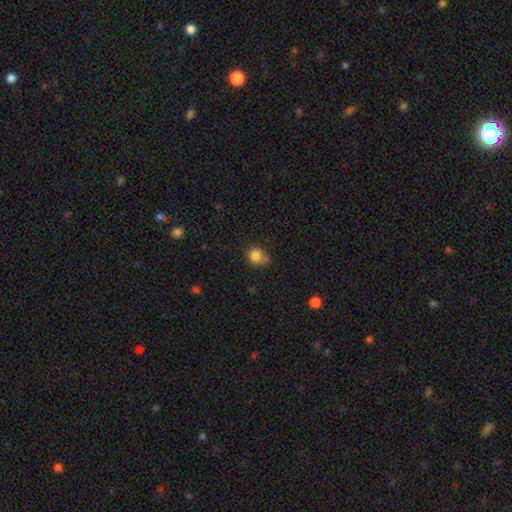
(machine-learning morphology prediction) Smooth or featured? Predicted: smooth (p=0.82). How rounded? Predicted: round (p=0.78). Merging? Predicted: none (p=0.50).